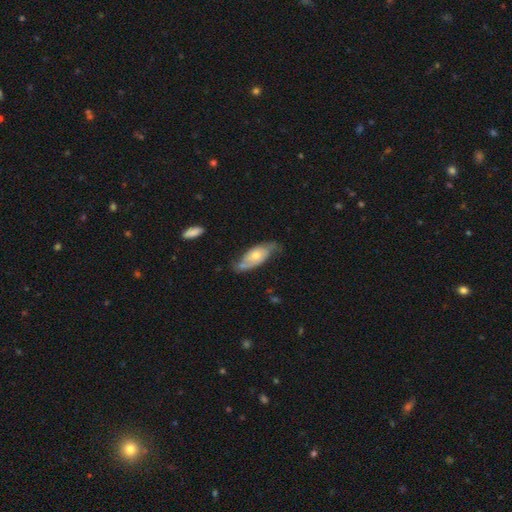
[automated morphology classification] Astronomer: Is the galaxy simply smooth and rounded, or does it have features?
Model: featured or disk — 61%.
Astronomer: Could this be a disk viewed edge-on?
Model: no — 84%.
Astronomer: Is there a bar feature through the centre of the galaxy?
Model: no — 75%.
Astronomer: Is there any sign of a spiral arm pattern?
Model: yes — 82%.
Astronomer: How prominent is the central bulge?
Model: moderate — 52% (runner-up: small, 39%).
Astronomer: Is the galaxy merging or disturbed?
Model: none — 64%.